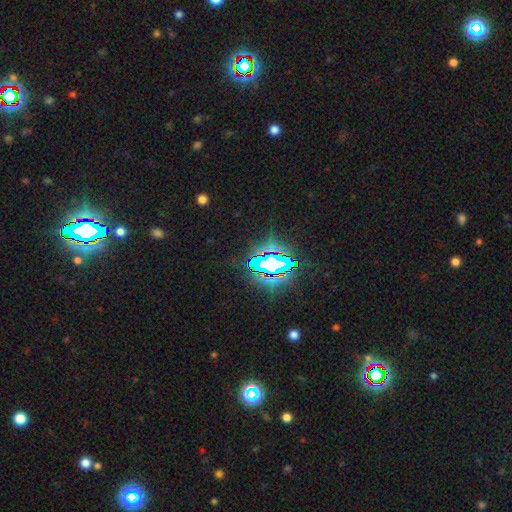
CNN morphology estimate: This is clearly a star or artifact rather than a galaxy (81%).